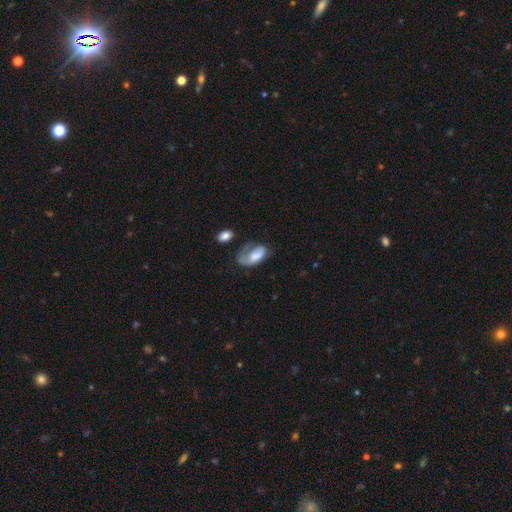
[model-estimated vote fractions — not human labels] Morphology: type=smooth (60%); roundness=in between (92%); merging=major disturbance (38%).